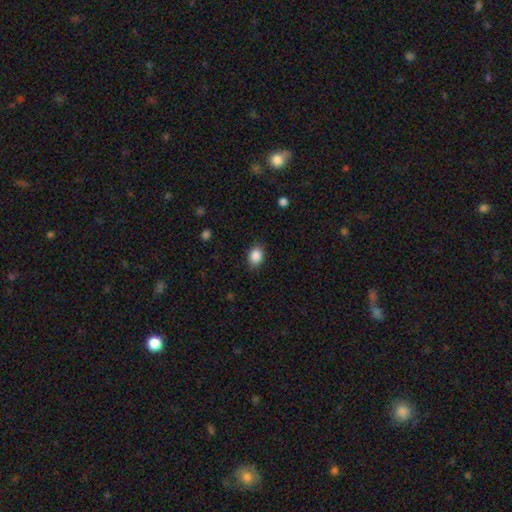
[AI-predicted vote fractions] Smooth or featured? Predicted: smooth (p=0.88). How rounded? Predicted: in between (p=0.64). Merging? Predicted: none (p=0.84).